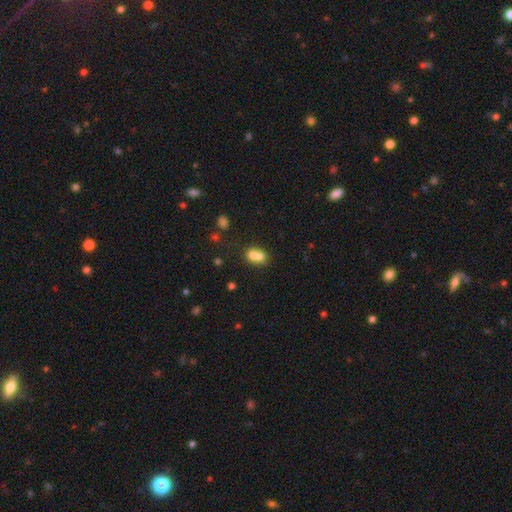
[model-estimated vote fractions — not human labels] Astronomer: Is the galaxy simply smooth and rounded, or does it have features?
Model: smooth — 69%.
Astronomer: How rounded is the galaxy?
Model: round — 57% (runner-up: in between, 42%).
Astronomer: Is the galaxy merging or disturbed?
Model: merger — 66%.